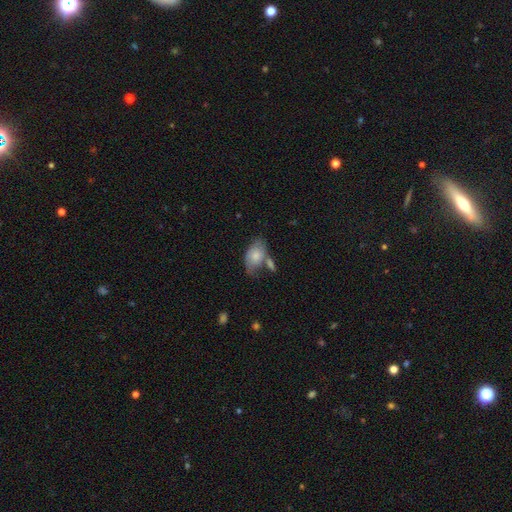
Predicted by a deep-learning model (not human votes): Morphology: type=smooth (72%); roundness=in between (90%); merging=none (41%).